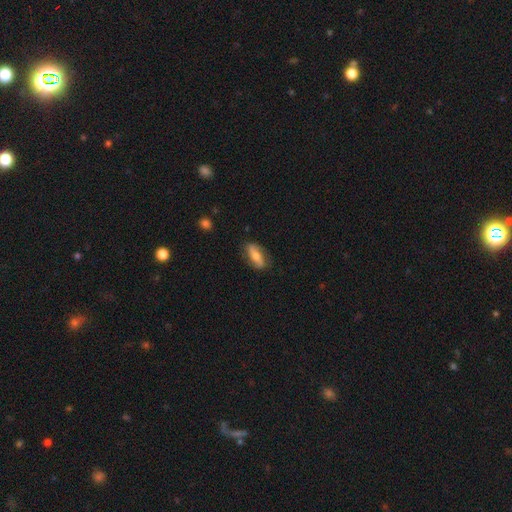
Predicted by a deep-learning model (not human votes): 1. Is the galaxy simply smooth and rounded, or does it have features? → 47% featured or disk, 46% smooth, 6% star or artifact.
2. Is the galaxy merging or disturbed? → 78% none, 16% minor disturbance, 4% major disturbance, 1% merger.